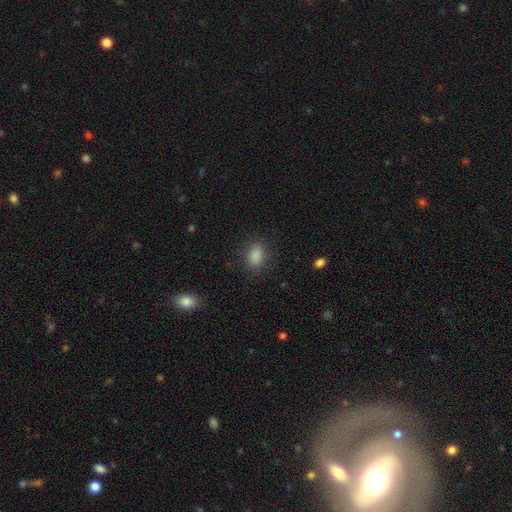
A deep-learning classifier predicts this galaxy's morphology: smooth_or_featured: smooth (p=0.87) [alt: star or artifact p=0.09]
how_rounded: in between (p=0.77) [alt: round p=0.22]
merging: none (p=0.85) [alt: minor disturbance p=0.10]